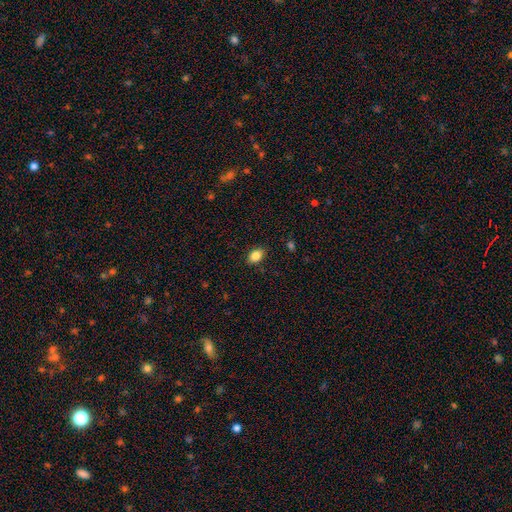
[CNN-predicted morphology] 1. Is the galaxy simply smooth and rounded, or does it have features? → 85% smooth, 9% star or artifact, 6% featured or disk.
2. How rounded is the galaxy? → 80% in between, 19% round, 1% cigar-shaped.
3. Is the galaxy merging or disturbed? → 87% none, 10% minor disturbance, 2% major disturbance, 1% merger.